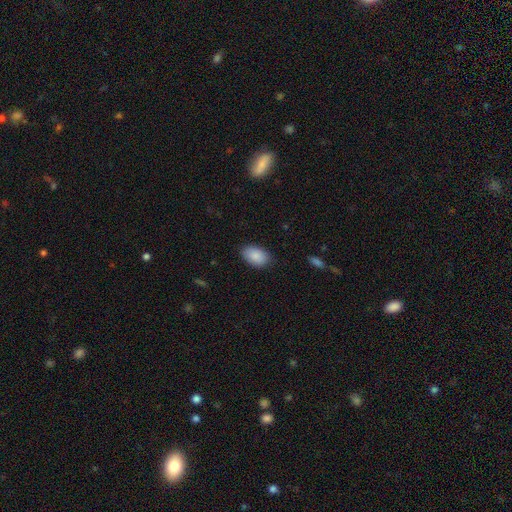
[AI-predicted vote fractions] Morphology: type=smooth (89%); roundness=in between (92%); merging=none (85%).